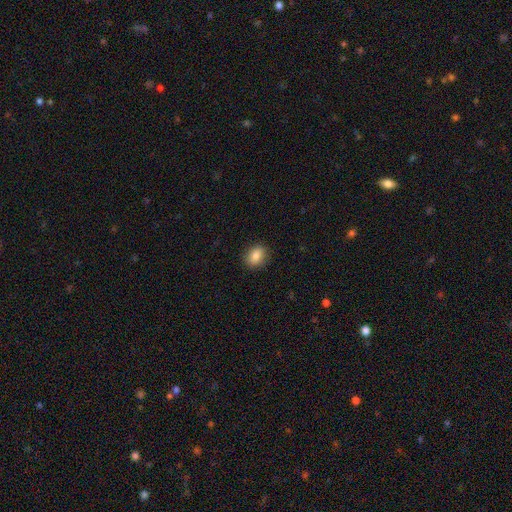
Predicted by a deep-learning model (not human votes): A smooth galaxy with no disk features (85%) that is in between round and cigar-shaped (54%). Merging: none (88%).